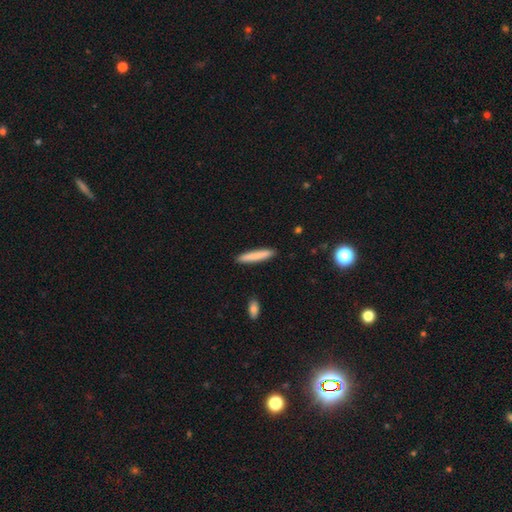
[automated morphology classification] smooth_or_featured: smooth (p=0.82) [alt: featured or disk p=0.12]
how_rounded: cigar-shaped (p=0.93) [alt: in between p=0.06]
merging: none (p=0.91) [alt: minor disturbance p=0.06]